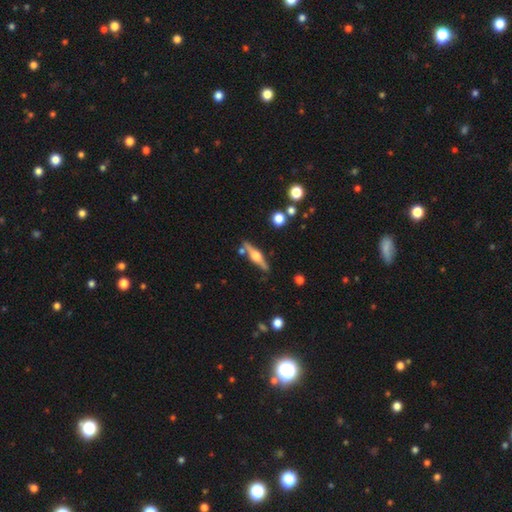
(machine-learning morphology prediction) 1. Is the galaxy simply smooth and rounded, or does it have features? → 73% featured or disk, 21% smooth, 6% star or artifact.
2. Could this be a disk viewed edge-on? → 97% yes, 3% no.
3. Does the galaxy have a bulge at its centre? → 92% rounded, 6% boxy, 2% none.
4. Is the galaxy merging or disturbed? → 80% none, 11% minor disturbance, 6% merger, 3% major disturbance.